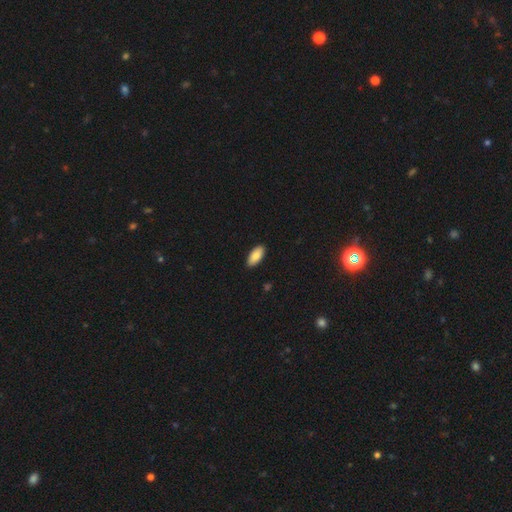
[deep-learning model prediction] Smooth or featured: smooth — 87% (featured or disk — 7%)
How rounded: in between — 90% (cigar-shaped — 8%)
Merging: none — 89% (minor disturbance — 8%)